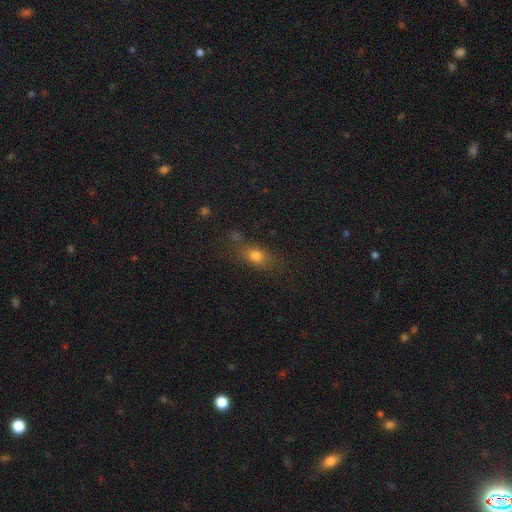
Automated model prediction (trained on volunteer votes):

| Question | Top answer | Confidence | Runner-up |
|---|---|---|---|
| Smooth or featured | smooth | 71% | star or artifact (15%) |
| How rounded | in between | 62% | round (24%) |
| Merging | none | 66% | minor disturbance (18%) |